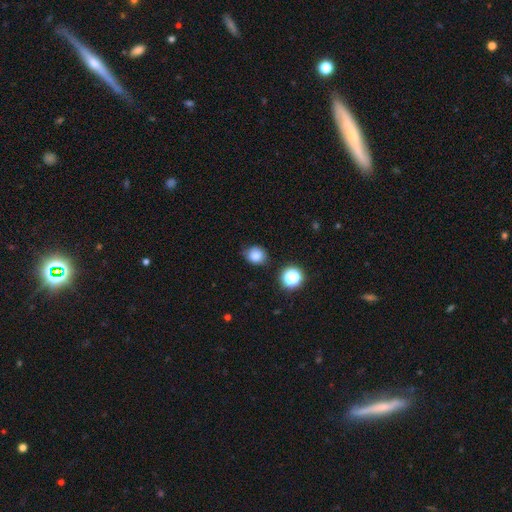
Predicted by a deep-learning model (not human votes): smooth-or-featured: smooth: 80% | star or artifact: 13% | featured or disk: 7%
  how-rounded: round: 71% | in between: 28% | cigar-shaped: 1%
  merging: none: 76% | minor disturbance: 18% | major disturbance: 4% | merger: 3%